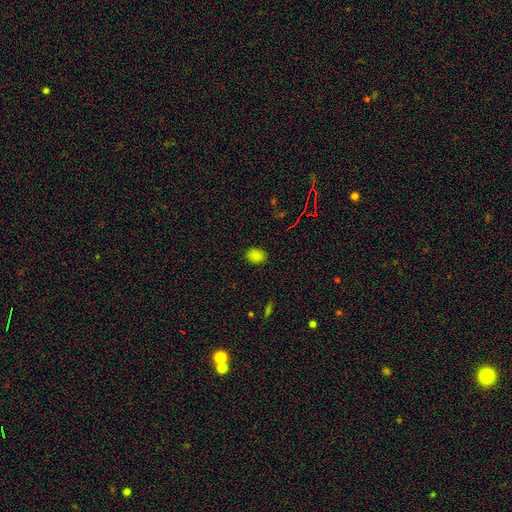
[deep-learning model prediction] A smooth galaxy with no disk features (82%) that is in between round and cigar-shaped (63%). Merging: none (87%).